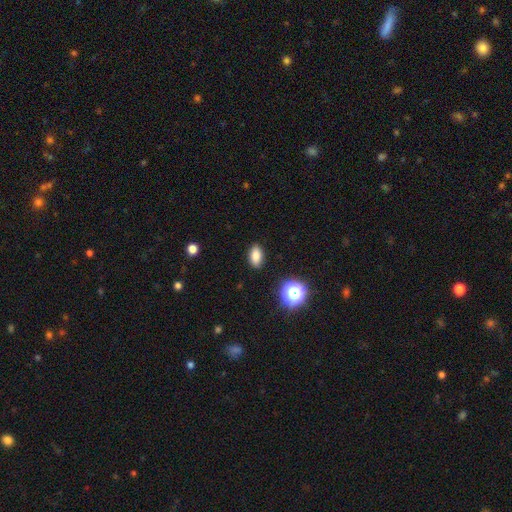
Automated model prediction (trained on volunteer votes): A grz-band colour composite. It shows a smooth galaxy with no disk features (82%) that is in between round and cigar-shaped (86%). Merging: none (88%).